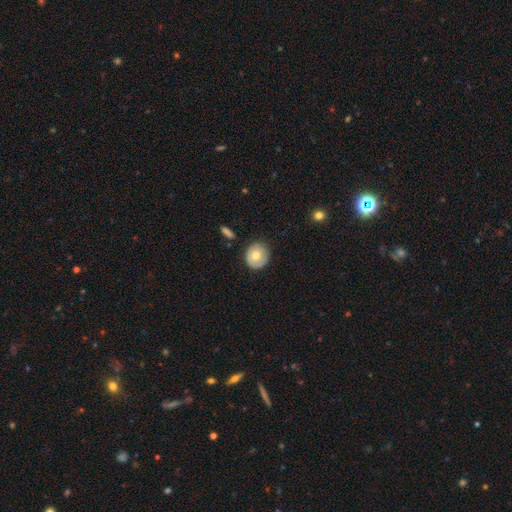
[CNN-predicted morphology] Smooth or featured: smooth — 65% (featured or disk — 28%)
How rounded: round — 84% (in between — 15%)
Merging: none — 78% (minor disturbance — 16%)